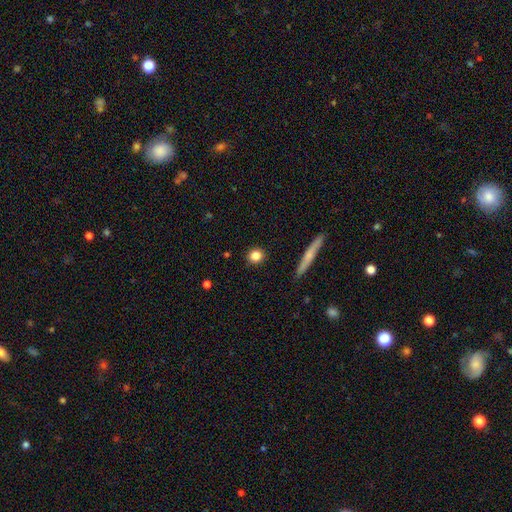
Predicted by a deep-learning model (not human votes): The model was most divided on "how rounded": round: 85%, in between: 12%, cigar-shaped: 3%. More confident: merging — none (91%); smooth or featured — smooth (82%).